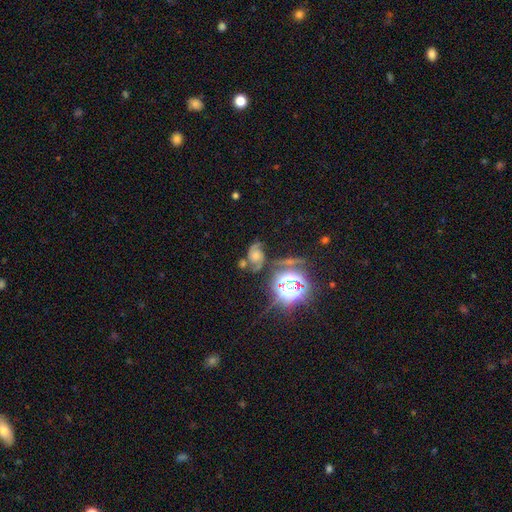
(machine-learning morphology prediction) Smooth or featured?
  - featured or disk: 59% *
  - star or artifact: 24%
  - smooth: 17%
Edge-on disk?
  - no: 96% *
  - yes: 4%
Bar?
  - no: 74% *
  - weak: 20%
  - strong: 6%
Spiral arms?
  - yes: 91% *
  - no: 9%
Spiral winding?
  - medium: 47% *
  - loose: 31%
  - tight: 22%
Spiral arm count?
  - 2: 82% *
  - can't tell: 7%
  - 1: 4%
  - 3: 4%
  - 4: 1%
  - more than 4: 1%
Bulge size?
  - moderate: 46% *
  - small: 30%
  - large: 11%
  - none: 9%
  - dominant: 3%
Merging?
  - none: 52% *
  - minor disturbance: 20%
  - major disturbance: 15%
  - merger: 13%